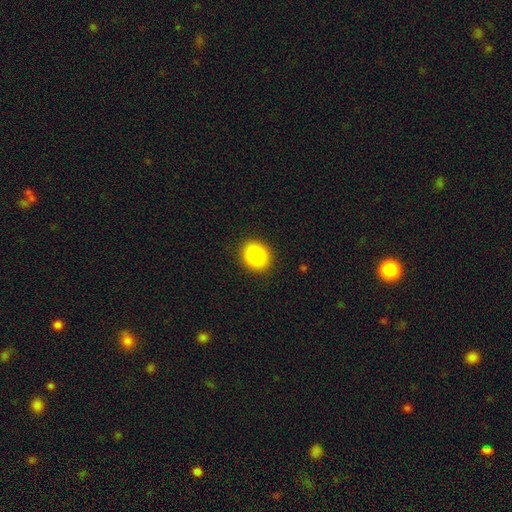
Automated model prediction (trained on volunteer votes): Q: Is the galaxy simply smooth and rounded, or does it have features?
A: smooth — 89%.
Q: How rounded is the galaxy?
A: round — 64%.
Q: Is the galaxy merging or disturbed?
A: none — 90%.